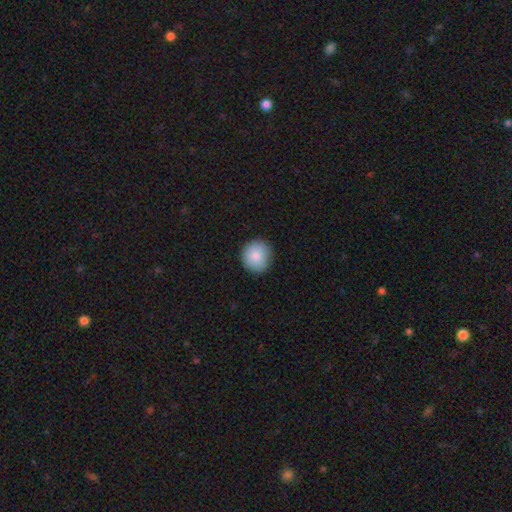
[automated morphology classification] Smooth or featured? Predicted: smooth (p=0.88). How rounded? Predicted: round (p=0.90). Merging? Predicted: none (p=0.88).